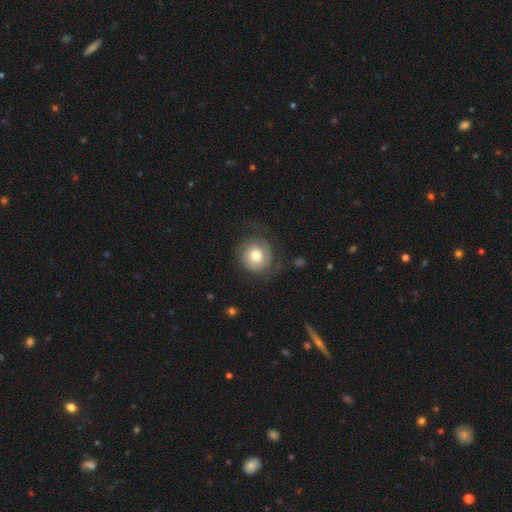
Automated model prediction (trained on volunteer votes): smooth_or_featured: smooth (p=0.51) [alt: featured or disk p=0.42]
how_rounded: round (p=0.88) [alt: in between p=0.11]
merging: none (p=0.63) [alt: minor disturbance p=0.18]